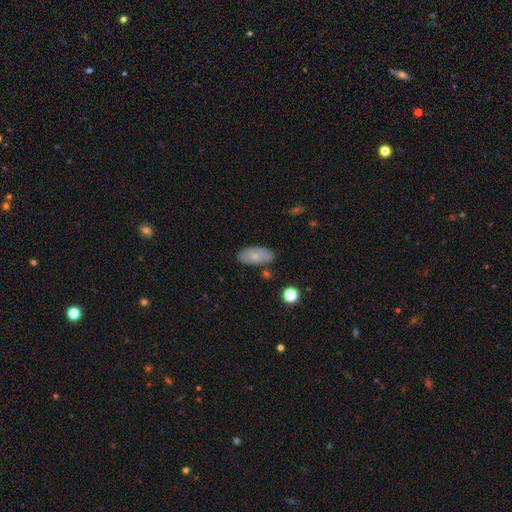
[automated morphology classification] Overall: smooth (65%; featured or disk 27%). How rounded: in between (92%). Merging: none (75%).